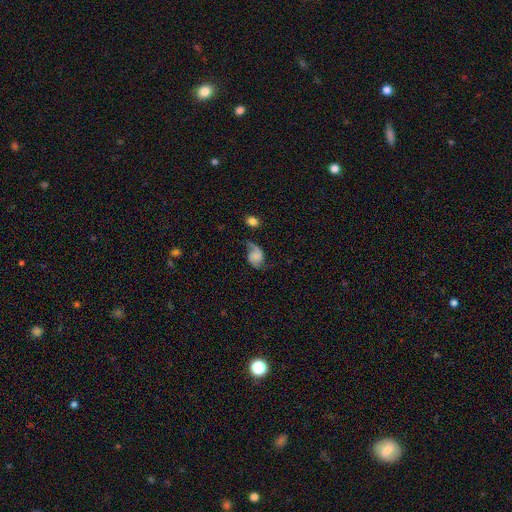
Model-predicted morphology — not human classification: Smooth or featured?
  - featured or disk: 48% *
  - smooth: 41%
  - star or artifact: 10%
Merging?
  - none: 43% *
  - minor disturbance: 29%
  - major disturbance: 21%
  - merger: 6%